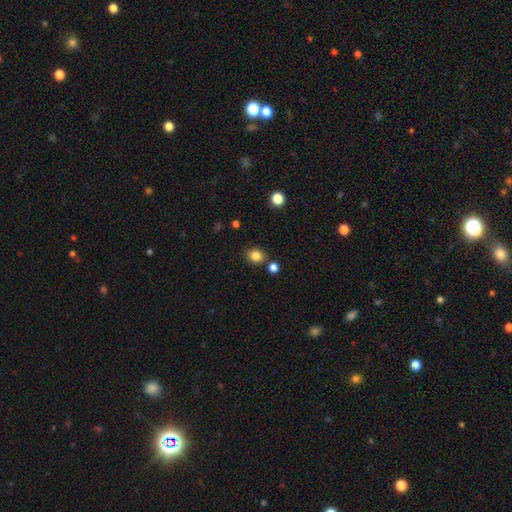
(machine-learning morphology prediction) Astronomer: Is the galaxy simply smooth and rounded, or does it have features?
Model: smooth — 84%.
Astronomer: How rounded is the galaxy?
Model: round — 77%.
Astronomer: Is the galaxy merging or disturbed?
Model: none — 82%.